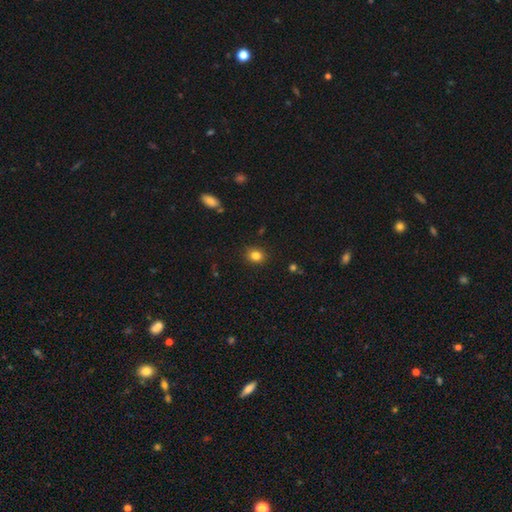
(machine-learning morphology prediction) smooth 83%, star or artifact 12%, featured or disk 6%. Down the decision tree: how rounded — round (64%); merging — none (88%).